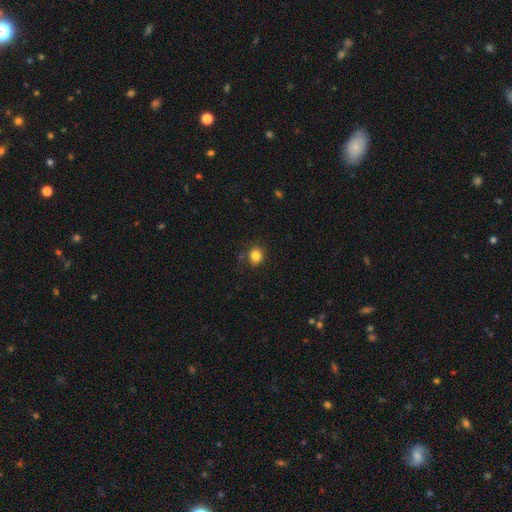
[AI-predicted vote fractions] A smooth galaxy with no disk features (83%) that is round (71%).

Vote fractions:
- Smooth or featured? smooth: 83% / star or artifact: 11% / featured or disk: 5%
- How rounded? round: 71% / in between: 28% / cigar-shaped: 1%
- Merging? none: 82% / minor disturbance: 12% / major disturbance: 3% / merger: 2%